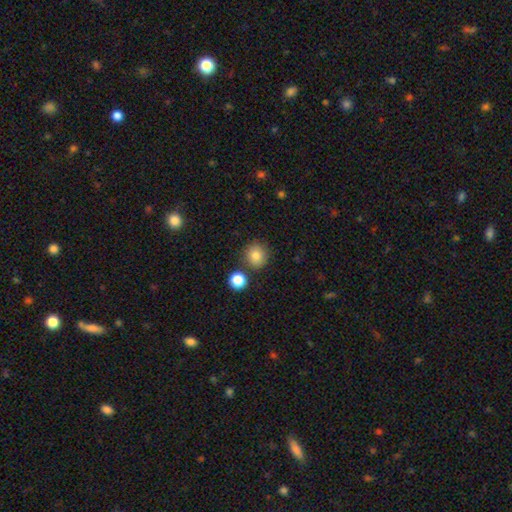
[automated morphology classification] This appears to be a smooth galaxy with no disk features (83%) that is round (90%). Merging: none (81%).